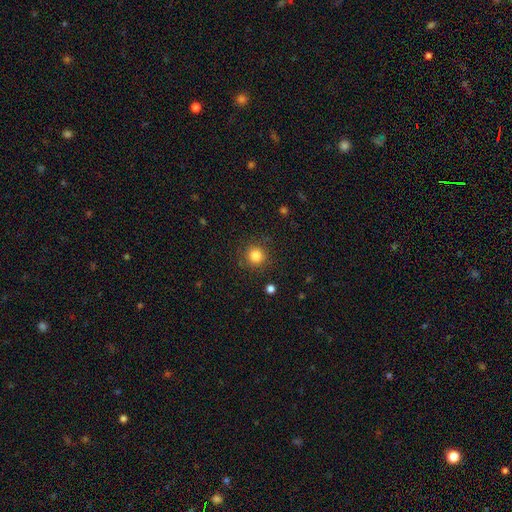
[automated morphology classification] Q: Smooth or featured?
A: smooth (84%); runner-up: star or artifact (11%)
Q: How rounded?
A: round (94%); runner-up: in between (5%)
Q: Merging?
A: none (88%); runner-up: minor disturbance (8%)